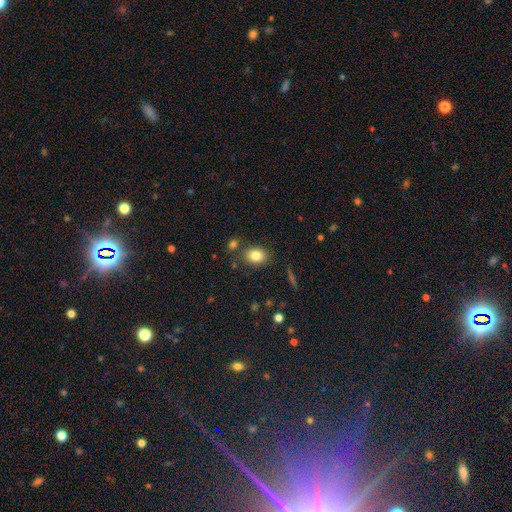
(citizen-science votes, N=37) Smooth or featured?
  - smooth: 81% *
  - featured or disk: 14%
  - star or artifact: 5%
How rounded?
  - in between: 53% *
  - round: 47%
  - cigar-shaped: 0%
Merging?
  - none: 89% *
  - minor disturbance: 11%
  - major disturbance: 0%
  - merger: 0%